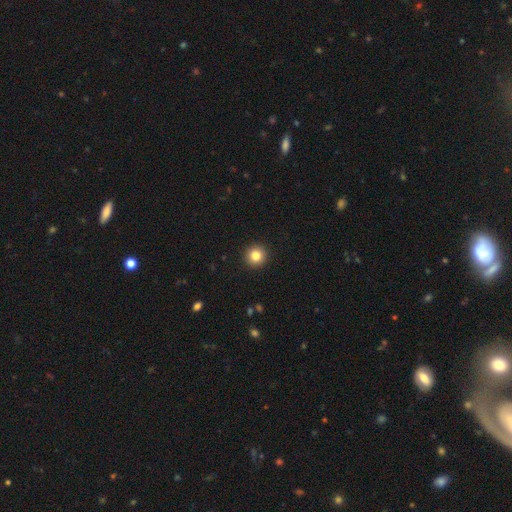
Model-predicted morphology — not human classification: The model was most divided on "smooth or featured": smooth: 83%, star or artifact: 11%, featured or disk: 6%. More confident: how rounded — round (96%); merging — none (93%).